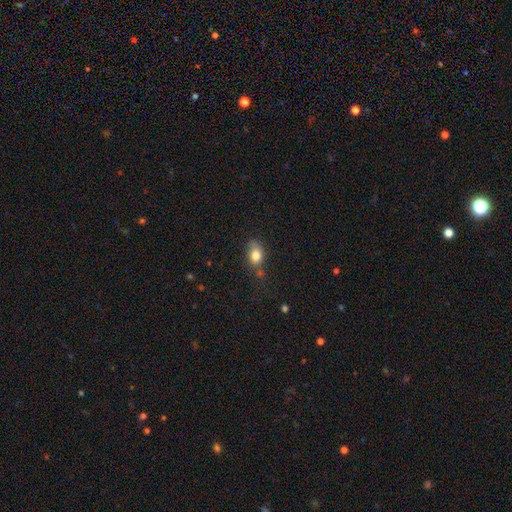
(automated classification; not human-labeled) Smooth or featured? Predicted: smooth (p=0.81). How rounded? Predicted: in between (p=0.75). Merging? Predicted: none (p=0.58).